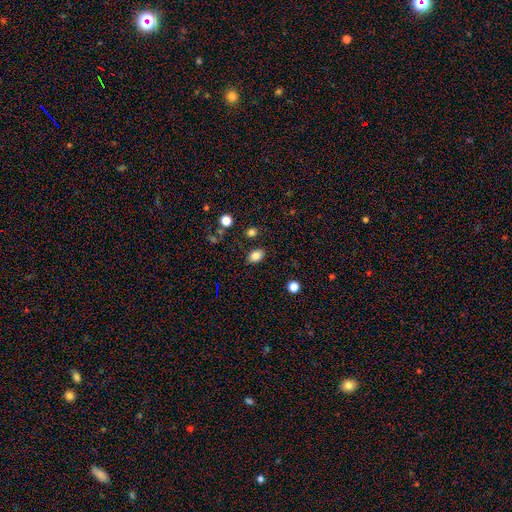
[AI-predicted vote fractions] This is clearly a smooth galaxy (85%). How rounded: clearly in between (81%). Merging: clearly none (84%).